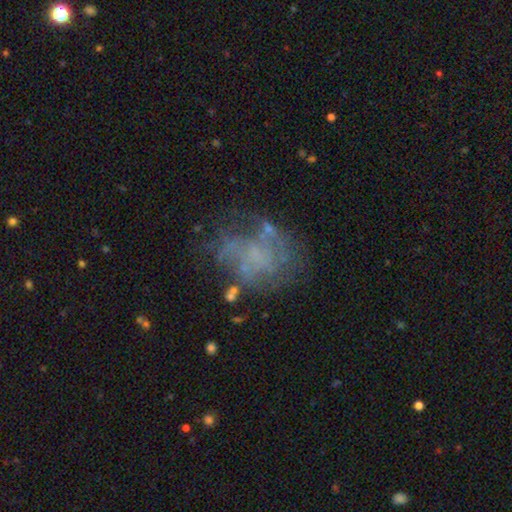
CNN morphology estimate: smooth_or_featured: featured or disk (p=0.62) [alt: smooth p=0.23]
disk_edge_on: no (p=0.98) [alt: yes p=0.02]
bar: no (p=0.85) [alt: weak p=0.12]
has_spiral_arms: no (p=0.58) [alt: yes p=0.42]
bulge_size: none (p=0.69) [alt: small p=0.19]
merging: none (p=0.51) [alt: major disturbance p=0.24]